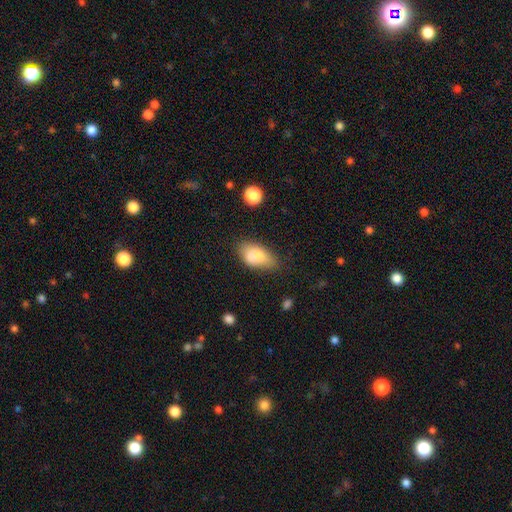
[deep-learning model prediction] Smooth or featured: smooth — 80% (featured or disk — 12%)
How rounded: in between — 91% (round — 6%)
Merging: none — 53% (minor disturbance — 32%)